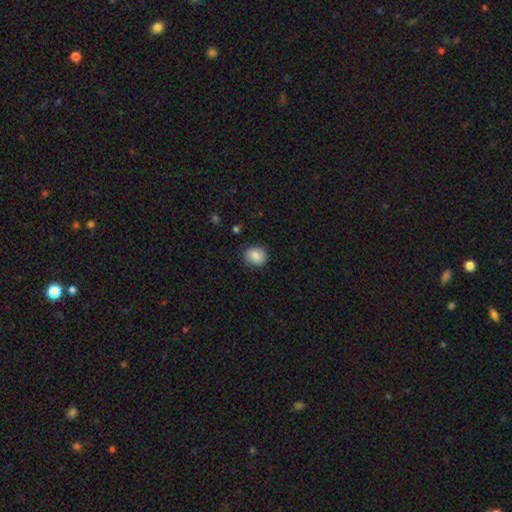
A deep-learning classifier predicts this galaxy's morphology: smooth 82%, featured or disk 10%, star or artifact 8%. Down the decision tree: how rounded — round (73%); merging — none (84%).